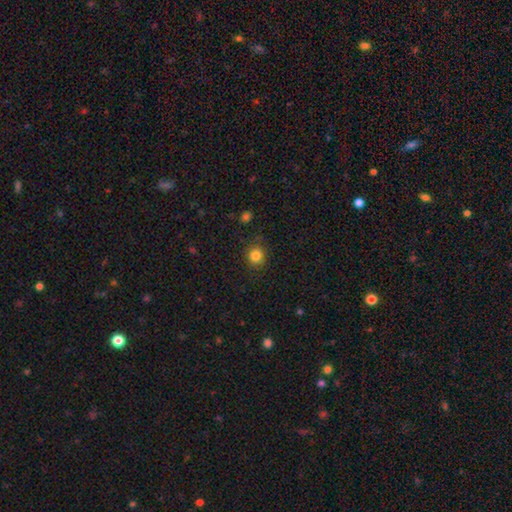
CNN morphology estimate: A smooth galaxy with no disk features (83%) that is round (88%).

Vote fractions:
- Smooth or featured? smooth: 83% / star or artifact: 12% / featured or disk: 5%
- How rounded? round: 88% / in between: 12% / cigar-shaped: 1%
- Merging? none: 88% / minor disturbance: 8% / major disturbance: 3% / merger: 1%